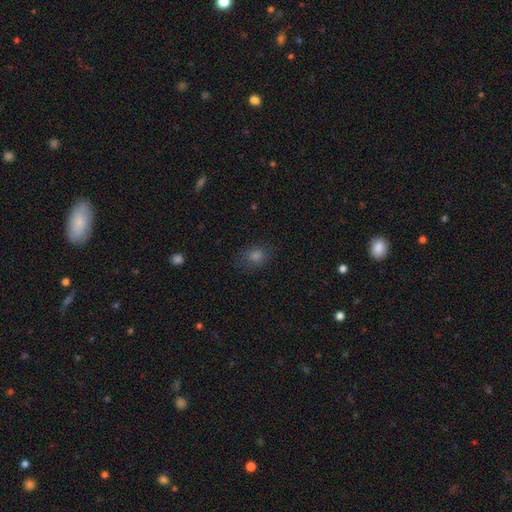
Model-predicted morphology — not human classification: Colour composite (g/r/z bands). It shows a smooth galaxy with no disk features (69%) that is round (53%). Merging: none (76%).